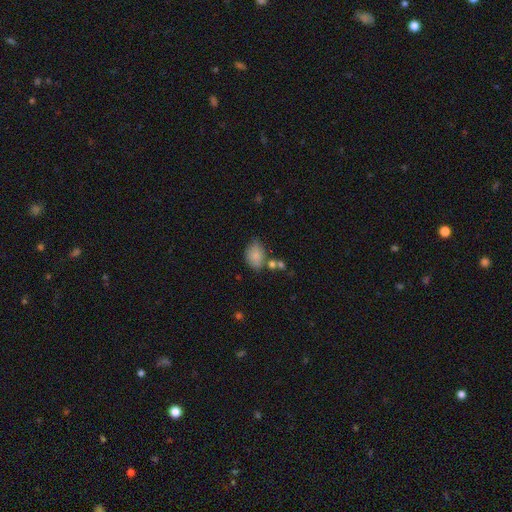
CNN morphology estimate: Overall: smooth (82%). How rounded: in between (80%). Merging: none (56%; minor disturbance 24%).